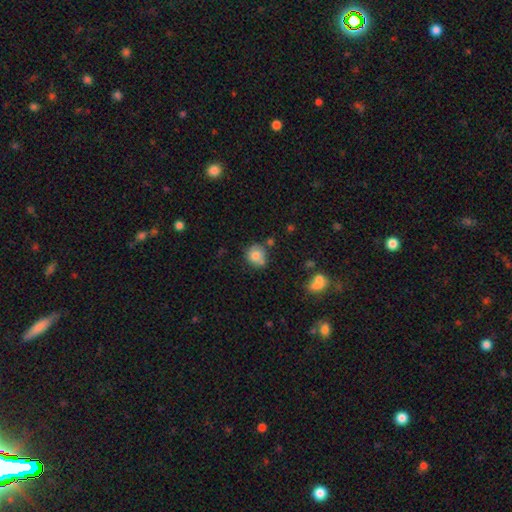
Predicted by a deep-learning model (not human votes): smooth 79%, featured or disk 11%, star or artifact 10%. Down the decision tree: how rounded — round (81%); merging — none (65%).